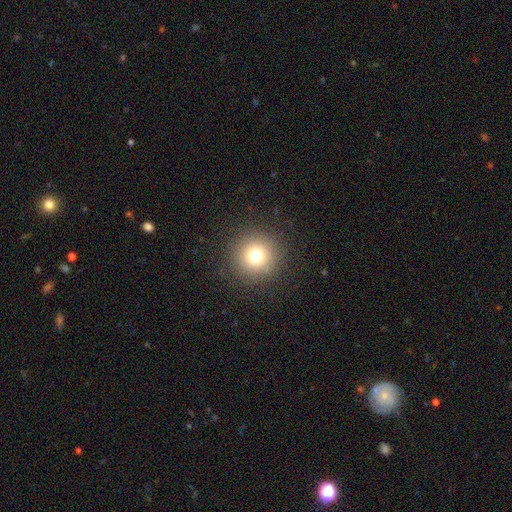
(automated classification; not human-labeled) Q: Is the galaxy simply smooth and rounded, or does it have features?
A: smooth — 74%.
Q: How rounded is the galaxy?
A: round — 95%.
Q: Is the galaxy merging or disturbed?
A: none — 90%.